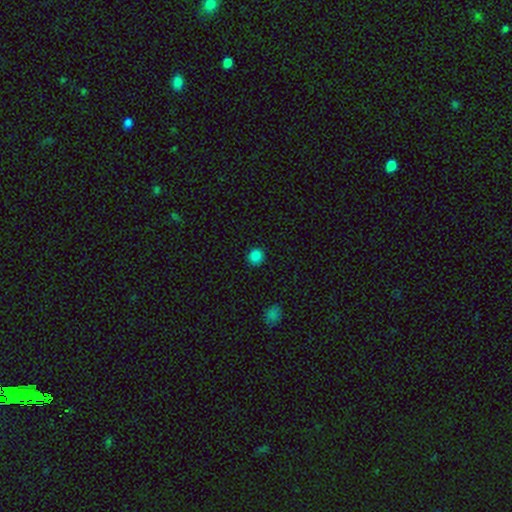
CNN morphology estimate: smooth-or-featured: smooth: 85% | star or artifact: 12% | featured or disk: 3%
  how-rounded: round: 91% | in between: 8% | cigar-shaped: 1%
  merging: none: 91% | minor disturbance: 6% | major disturbance: 2% | merger: 1%